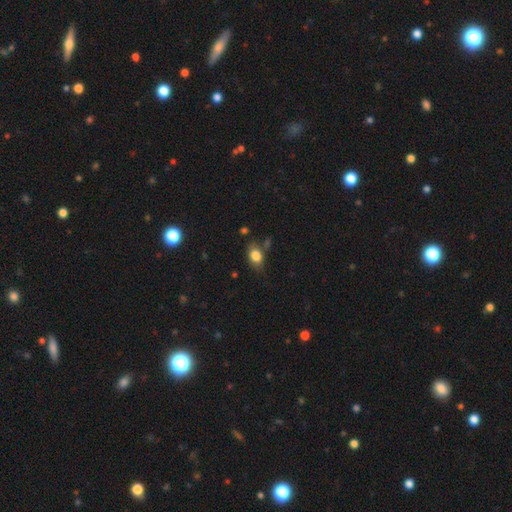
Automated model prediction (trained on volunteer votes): Morphology: type=smooth (82%); roundness=in between (76%); merging=none (68%).